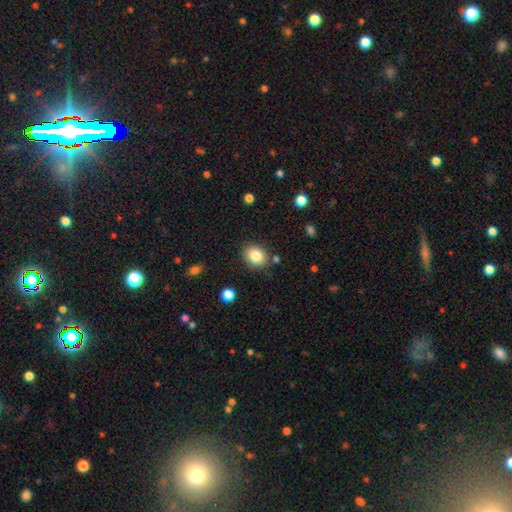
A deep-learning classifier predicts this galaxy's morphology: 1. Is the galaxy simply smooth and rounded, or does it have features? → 84% smooth, 9% star or artifact, 7% featured or disk.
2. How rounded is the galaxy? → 53% round, 46% in between, 1% cigar-shaped.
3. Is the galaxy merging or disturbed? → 84% none, 10% minor disturbance, 3% merger, 3% major disturbance.